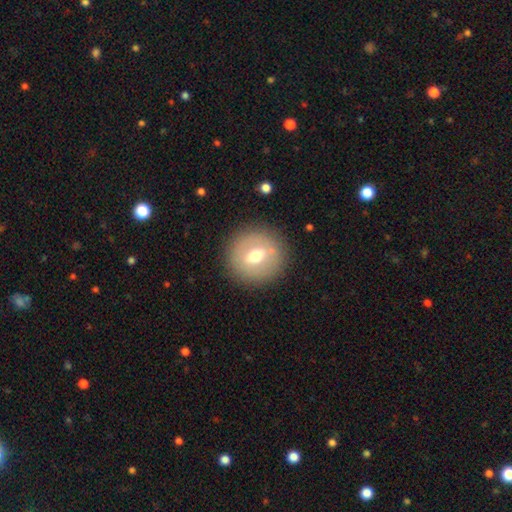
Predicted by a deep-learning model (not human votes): The model was most divided on "smooth or featured": smooth: 54%, featured or disk: 36%, star or artifact: 9%. More confident: how rounded — round (90%); merging — none (86%).